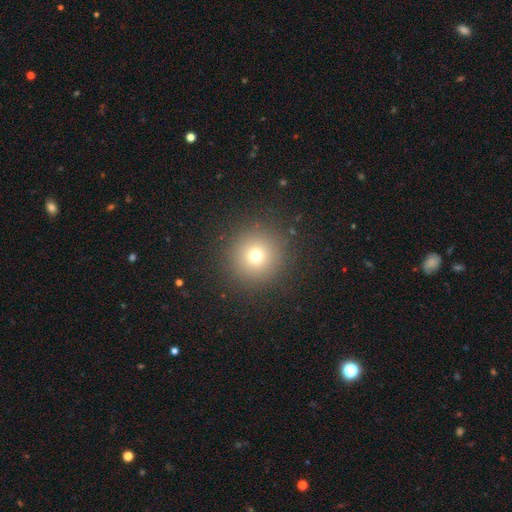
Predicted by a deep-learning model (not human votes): Smooth or featured?
  - smooth: 71% *
  - star or artifact: 18%
  - featured or disk: 11%
How rounded?
  - round: 96% *
  - in between: 3%
  - cigar-shaped: 1%
Merging?
  - none: 90% *
  - minor disturbance: 6%
  - major disturbance: 3%
  - merger: 1%